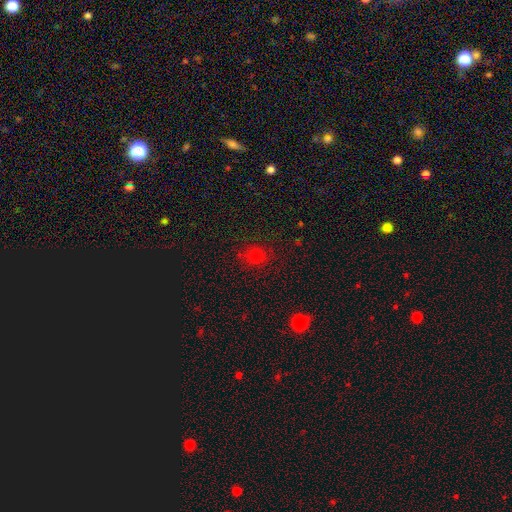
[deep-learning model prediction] Smooth or featured?
  - smooth: 75% *
  - star or artifact: 19%
  - featured or disk: 6%
How rounded?
  - round: 85% *
  - in between: 14%
  - cigar-shaped: 1%
Merging?
  - none: 84% *
  - minor disturbance: 10%
  - major disturbance: 4%
  - merger: 2%